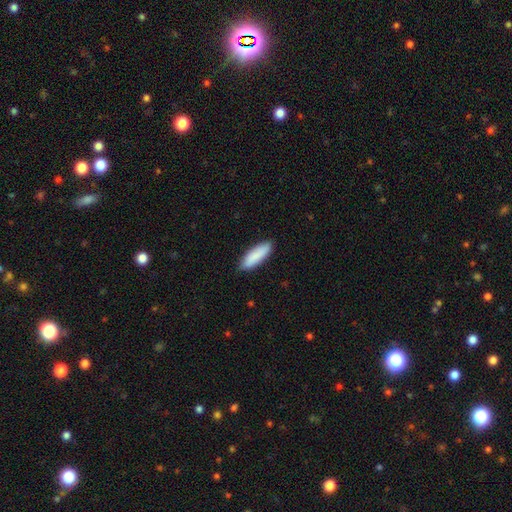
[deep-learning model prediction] smooth-or-featured: smooth: 88% | featured or disk: 7% | star or artifact: 5%
  how-rounded: in between: 52% | cigar-shaped: 47% | round: 1%
  merging: none: 86% | minor disturbance: 11% | major disturbance: 2% | merger: 1%